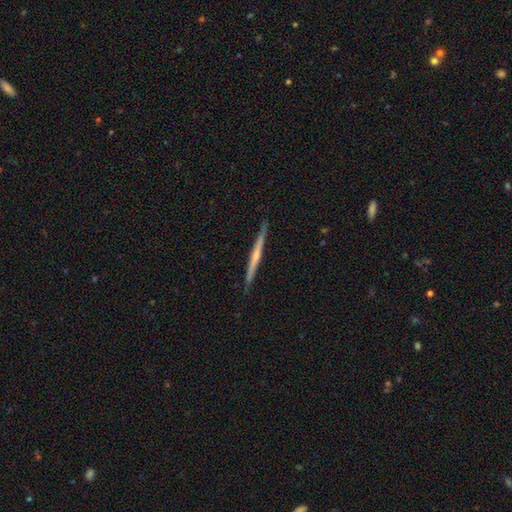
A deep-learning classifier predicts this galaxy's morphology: Q: Smooth or featured?
A: featured or disk (62%); runner-up: smooth (32%)
Q: Edge-on disk?
A: yes (98%); runner-up: no (2%)
Q: Edge-on bulge?
A: none (58%); runner-up: rounded (35%)
Q: Merging?
A: none (90%); runner-up: minor disturbance (8%)